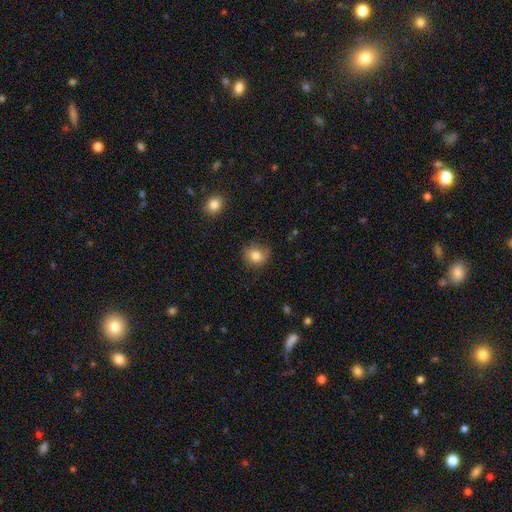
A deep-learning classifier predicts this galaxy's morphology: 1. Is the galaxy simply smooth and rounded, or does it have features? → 82% smooth, 10% star or artifact, 8% featured or disk.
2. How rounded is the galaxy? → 81% round, 18% in between, 1% cigar-shaped.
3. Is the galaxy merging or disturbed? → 77% none, 18% minor disturbance, 4% major disturbance, 1% merger.